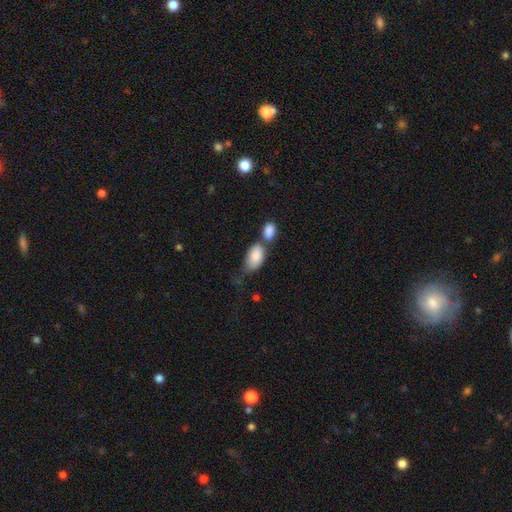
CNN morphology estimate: smooth_or_featured: smooth (p=0.83) [alt: featured or disk p=0.11]
how_rounded: in between (p=0.92) [alt: round p=0.06]
merging: merger (p=0.52) [alt: none p=0.26]